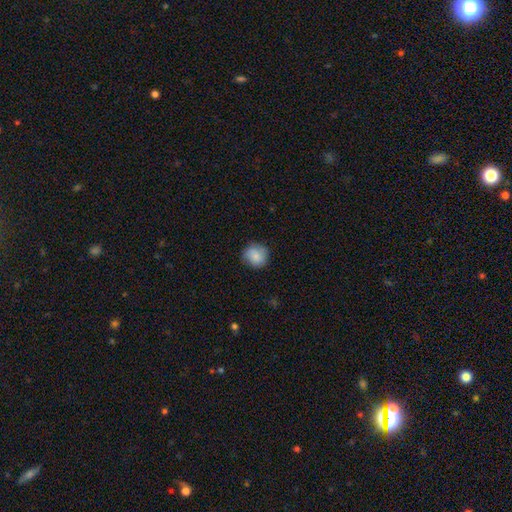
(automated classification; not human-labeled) Q: Smooth or featured?
A: smooth (83%); runner-up: featured or disk (9%)
Q: How rounded?
A: round (86%); runner-up: in between (13%)
Q: Merging?
A: none (79%); runner-up: minor disturbance (17%)